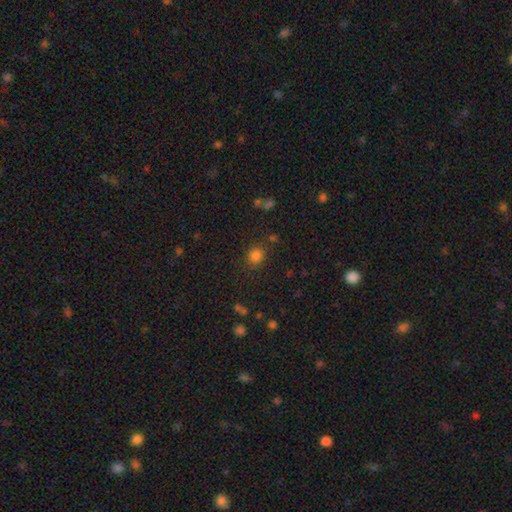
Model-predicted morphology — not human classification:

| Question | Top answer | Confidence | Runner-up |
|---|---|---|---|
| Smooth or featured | smooth | 80% | star or artifact (15%) |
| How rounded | round | 81% | in between (18%) |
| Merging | none | 82% | minor disturbance (10%) |